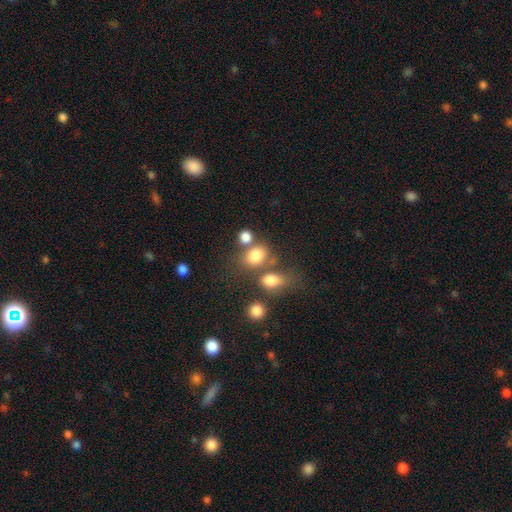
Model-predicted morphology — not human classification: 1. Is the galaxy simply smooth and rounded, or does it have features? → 79% smooth, 12% star or artifact, 9% featured or disk.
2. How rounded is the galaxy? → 56% in between, 42% round, 1% cigar-shaped.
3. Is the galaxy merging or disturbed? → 52% none, 29% merger, 13% minor disturbance, 7% major disturbance.